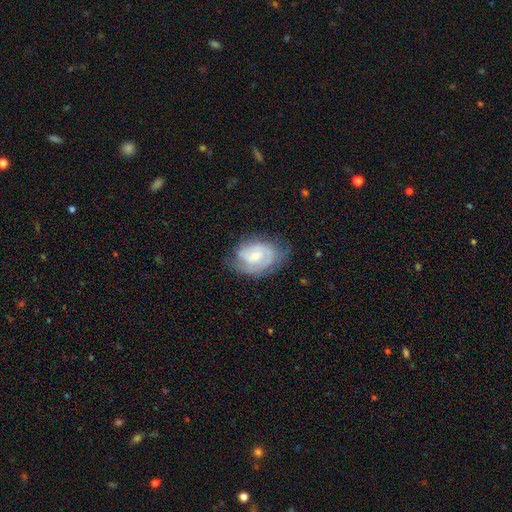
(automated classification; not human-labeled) Q: Smooth or featured?
A: featured or disk (68%); runner-up: smooth (26%)
Q: Edge-on disk?
A: no (97%); runner-up: yes (3%)
Q: Bar?
A: no (56%); runner-up: weak (38%)
Q: Spiral arms?
A: yes (86%); runner-up: no (14%)
Q: Spiral winding?
A: tight (50%); runner-up: medium (37%)
Q: Spiral arm count?
A: 2 (48%); runner-up: can't tell (30%)
Q: Bulge size?
A: small (54%); runner-up: moderate (41%)
Q: Merging?
A: none (63%); runner-up: minor disturbance (25%)